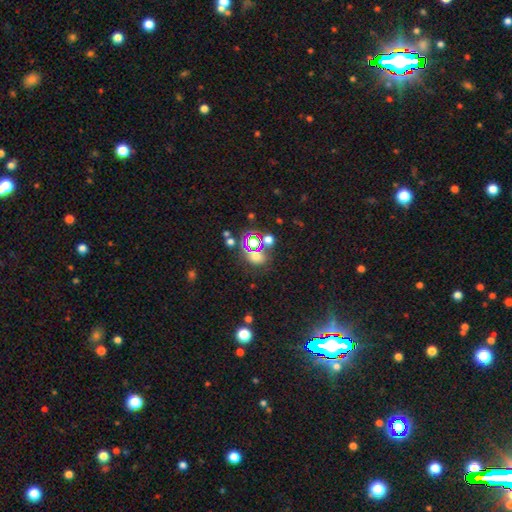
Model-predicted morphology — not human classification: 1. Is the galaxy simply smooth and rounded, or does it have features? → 45% smooth, 44% star or artifact, 10% featured or disk.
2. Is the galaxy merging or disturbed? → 65% none, 16% merger, 11% minor disturbance, 8% major disturbance.